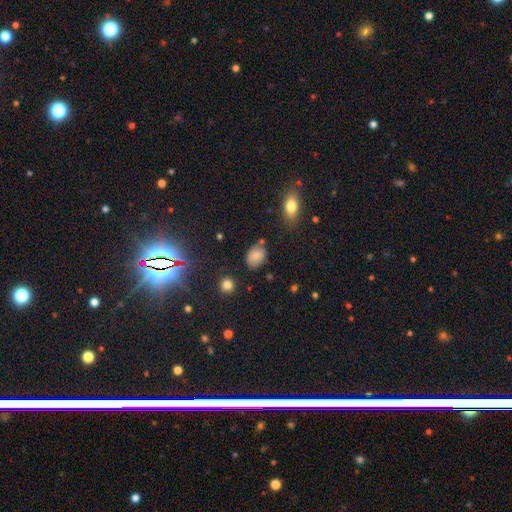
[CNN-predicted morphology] Smooth or featured?
  - smooth: 77% *
  - star or artifact: 14%
  - featured or disk: 9%
How rounded?
  - in between: 67% *
  - round: 32%
  - cigar-shaped: 1%
Merging?
  - none: 70% *
  - minor disturbance: 20%
  - merger: 5%
  - major disturbance: 5%